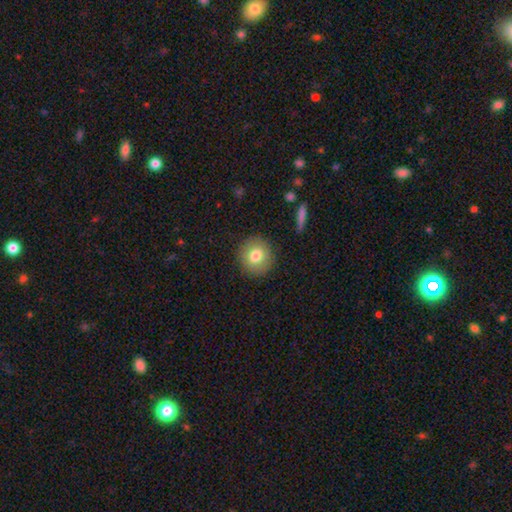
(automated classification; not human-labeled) This appears to be a smooth galaxy with no disk features (78%) that is round (89%). Merging: none (89%).